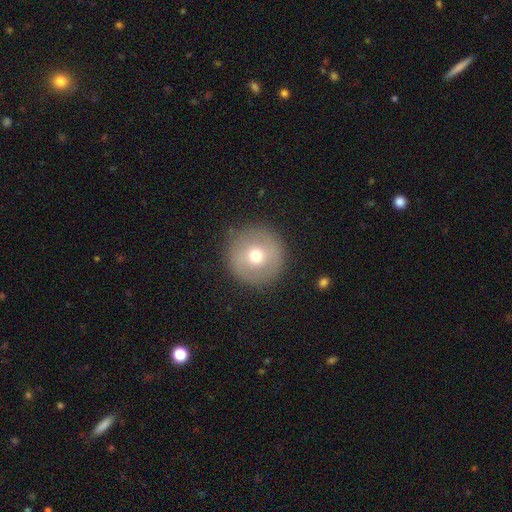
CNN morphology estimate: This is likely a smooth galaxy (65%). How rounded: clearly round (97%). Merging: clearly none (89%).